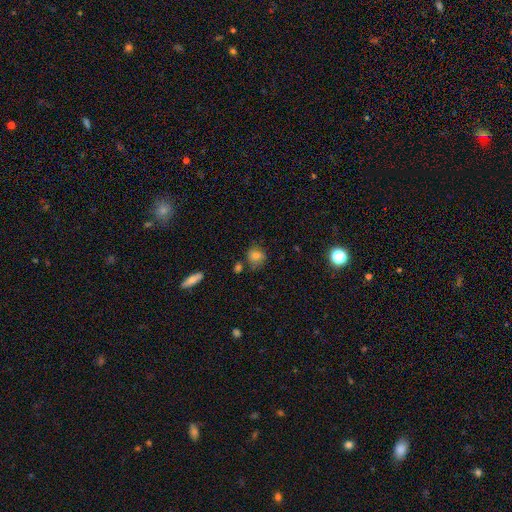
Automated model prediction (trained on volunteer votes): Q: Smooth or featured?
A: smooth (72%); runner-up: featured or disk (16%)
Q: How rounded?
A: round (71%); runner-up: in between (27%)
Q: Merging?
A: none (65%); runner-up: minor disturbance (21%)